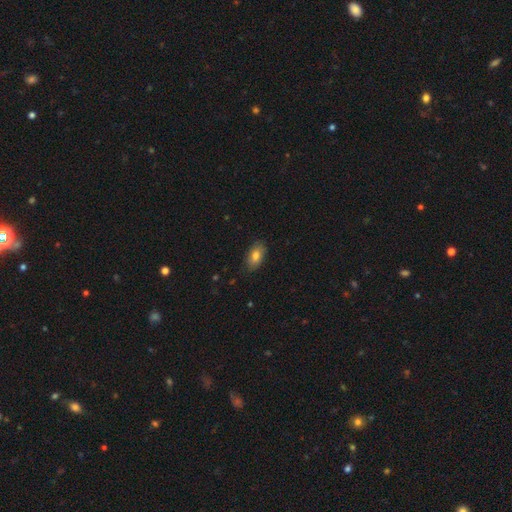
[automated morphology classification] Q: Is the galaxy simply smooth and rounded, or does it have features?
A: smooth — 79%.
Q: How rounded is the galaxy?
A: in between — 92%.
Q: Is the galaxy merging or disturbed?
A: none — 83%.